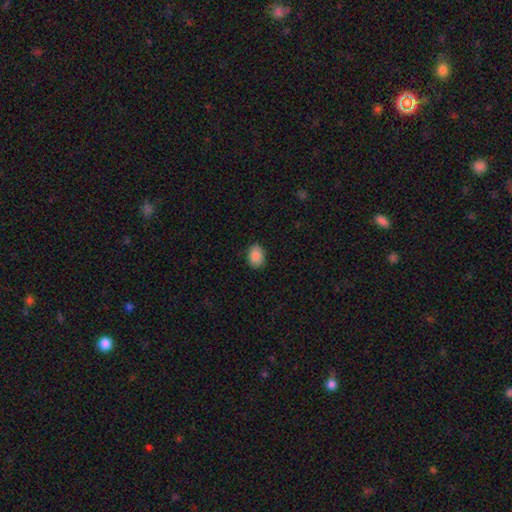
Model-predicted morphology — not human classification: This appears to be a smooth galaxy with no disk features (87%) that is in between round and cigar-shaped (65%). Merging: none (87%).